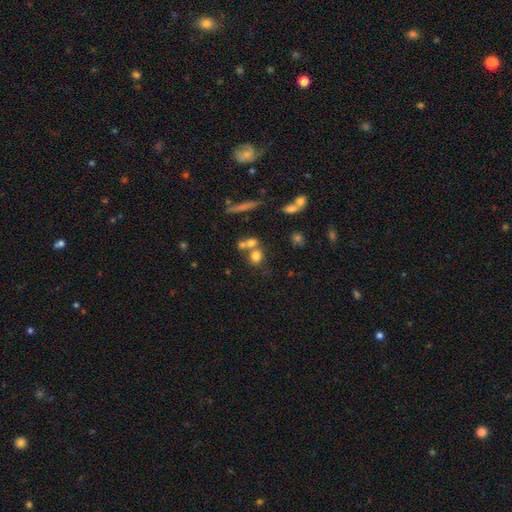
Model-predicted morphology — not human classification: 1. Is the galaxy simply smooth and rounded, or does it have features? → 72% smooth, 14% featured or disk, 14% star or artifact.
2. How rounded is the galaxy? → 75% round, 23% in between, 3% cigar-shaped.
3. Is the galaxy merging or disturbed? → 45% none, 41% merger, 9% minor disturbance, 5% major disturbance.